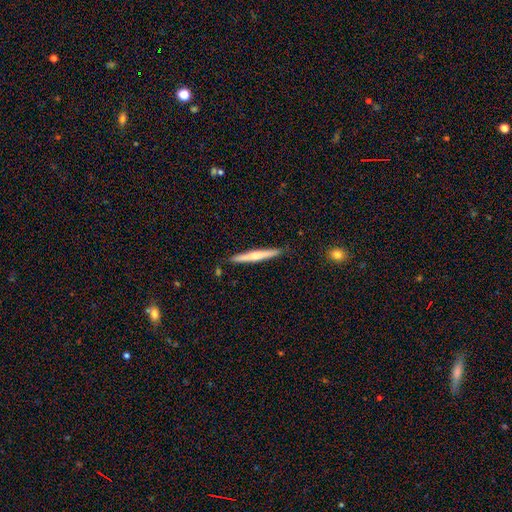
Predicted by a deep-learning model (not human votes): Smooth or featured: smooth — 52% (featured or disk — 43%)
How rounded: cigar-shaped — 96% (in between — 3%)
Merging: none — 89% (minor disturbance — 8%)